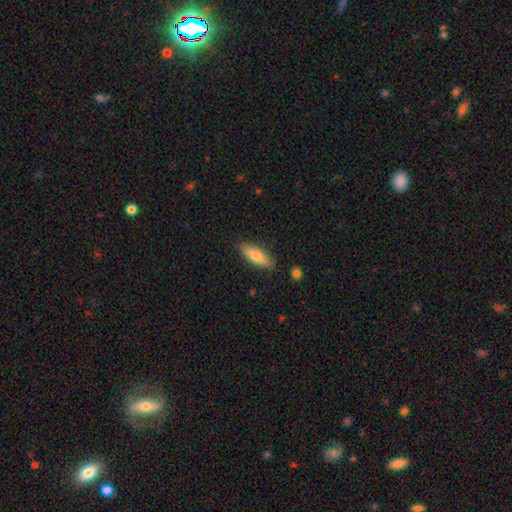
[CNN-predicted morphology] Smooth or featured? smooth (75%)
How rounded? in between (53%)
Merging? none (86%)